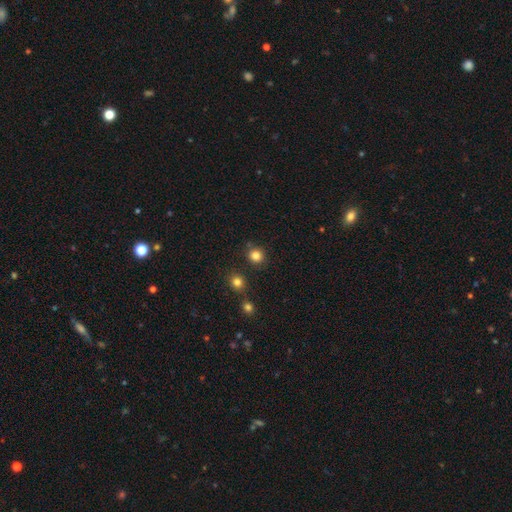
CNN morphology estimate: This appears to be a smooth galaxy with no disk features (83%) that is round (88%). Merging: none (83%).